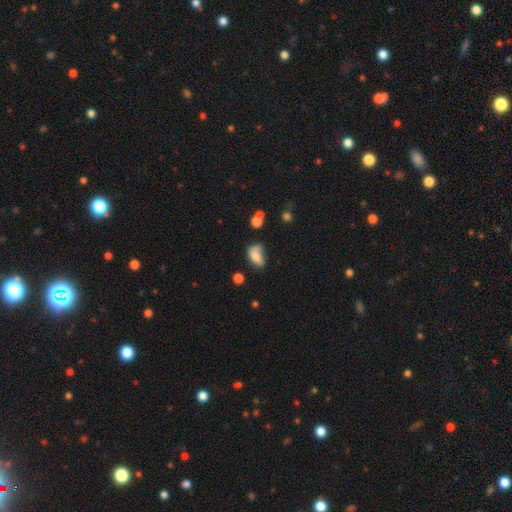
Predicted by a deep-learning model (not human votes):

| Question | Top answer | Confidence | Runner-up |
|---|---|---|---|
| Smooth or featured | smooth | 66% | featured or disk (23%) |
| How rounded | in between | 85% | round (12%) |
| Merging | none | 34% | tied: minor disturbance (34%) |